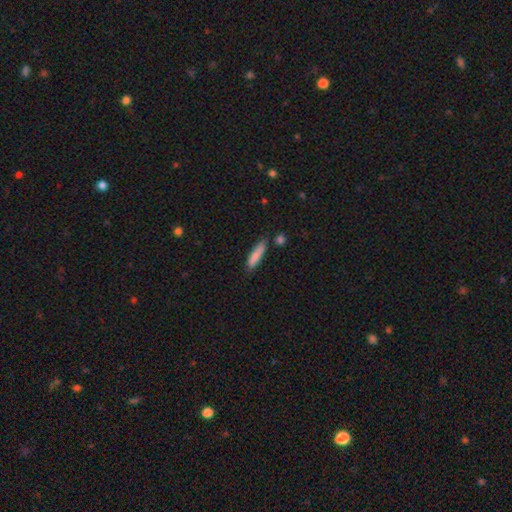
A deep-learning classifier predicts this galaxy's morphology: smooth-or-featured: smooth: 84% | featured or disk: 10% | star or artifact: 6%
  how-rounded: cigar-shaped: 78% | in between: 20% | round: 2%
  merging: none: 73% | minor disturbance: 19% | merger: 5% | major disturbance: 4%